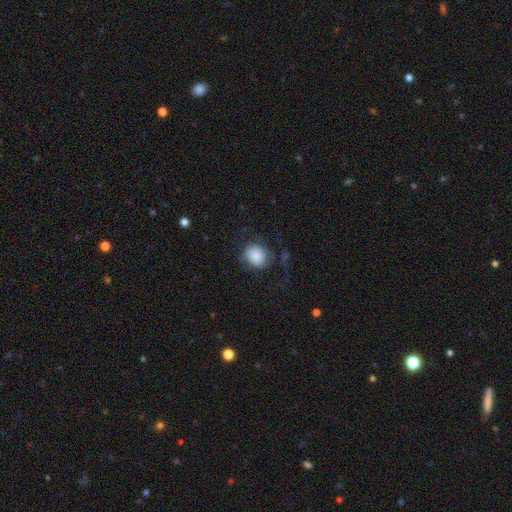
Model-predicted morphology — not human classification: Smooth or featured? Predicted: smooth (p=0.74). How rounded? Predicted: round (p=0.73). Merging? Predicted: none (p=0.56).